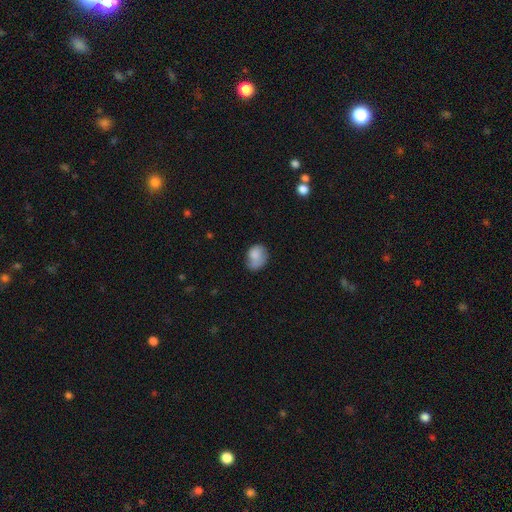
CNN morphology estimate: Smooth or featured? Predicted: smooth (p=0.79). How rounded? Predicted: in between (p=0.61). Merging? Predicted: none (p=0.44).